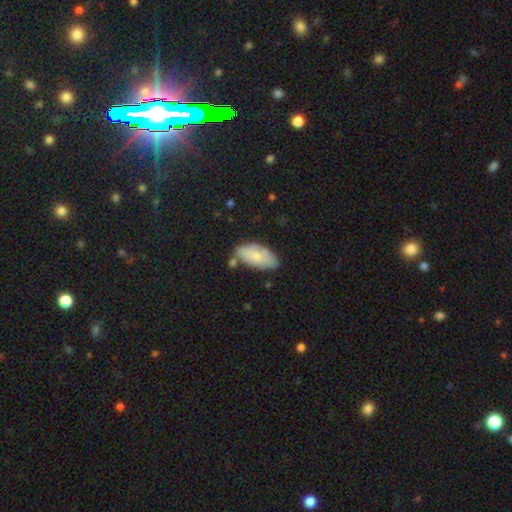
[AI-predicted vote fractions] A smooth galaxy with no disk features (74%) that is in between round and cigar-shaped (92%). Merging: none (64%).